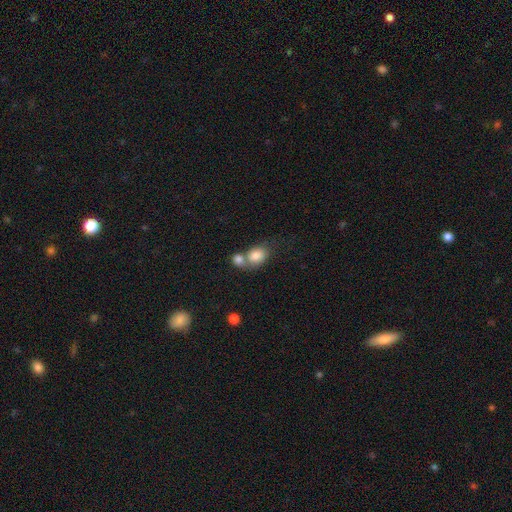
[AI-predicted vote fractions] Overall: smooth (82%). How rounded: in between (55%; round 43%). Merging: merger (58%; none 28%).